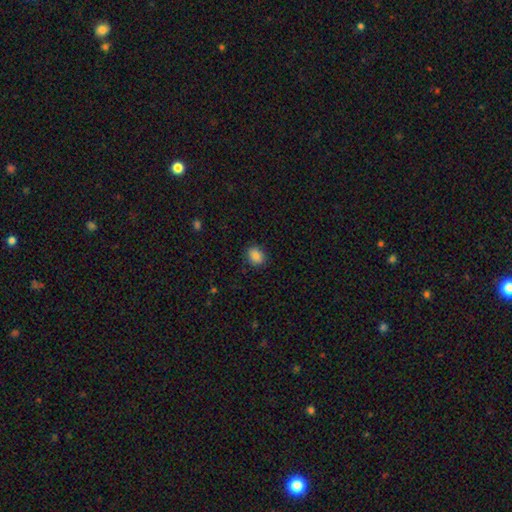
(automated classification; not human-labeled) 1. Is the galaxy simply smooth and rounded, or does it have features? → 85% smooth, 9% star or artifact, 6% featured or disk.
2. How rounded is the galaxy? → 59% round, 40% in between, 1% cigar-shaped.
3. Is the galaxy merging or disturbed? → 88% none, 9% minor disturbance, 2% major disturbance, 1% merger.